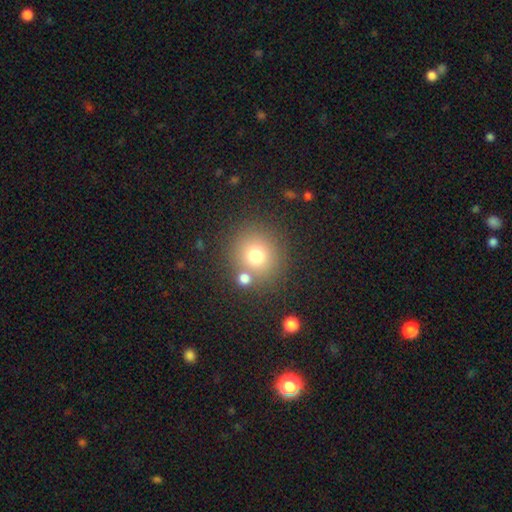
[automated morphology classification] Q: Smooth or featured?
A: smooth (73%); runner-up: star or artifact (16%)
Q: How rounded?
A: round (90%); runner-up: in between (9%)
Q: Merging?
A: none (74%); runner-up: merger (12%)